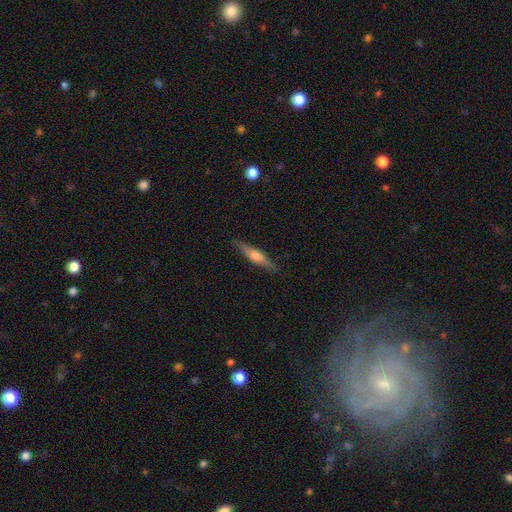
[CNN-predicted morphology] smooth_or_featured: featured or disk (p=0.52) [alt: smooth p=0.42]
disk_edge_on: yes (p=0.95) [alt: no p=0.05]
merging: none (p=0.87) [alt: minor disturbance p=0.10]